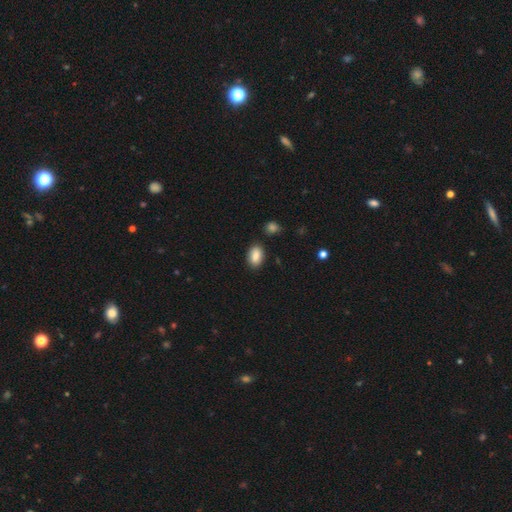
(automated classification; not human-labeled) Q: Smooth or featured?
A: smooth (86%); runner-up: star or artifact (8%)
Q: How rounded?
A: in between (88%); runner-up: round (10%)
Q: Merging?
A: none (85%); runner-up: minor disturbance (10%)